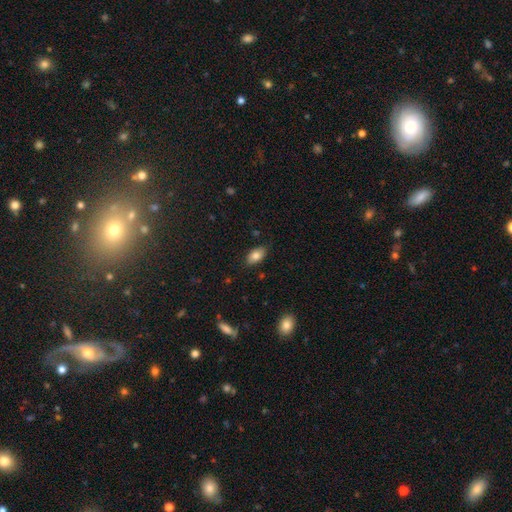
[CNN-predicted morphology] type=smooth (81%); roundness=in between (92%); merging=none (84%).